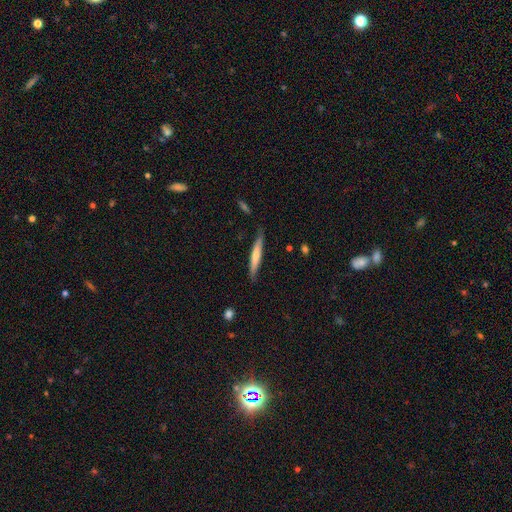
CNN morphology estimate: Smooth or featured? Predicted: smooth (p=0.59). How rounded? Predicted: cigar-shaped (p=0.93). Merging? Predicted: none (p=0.81).